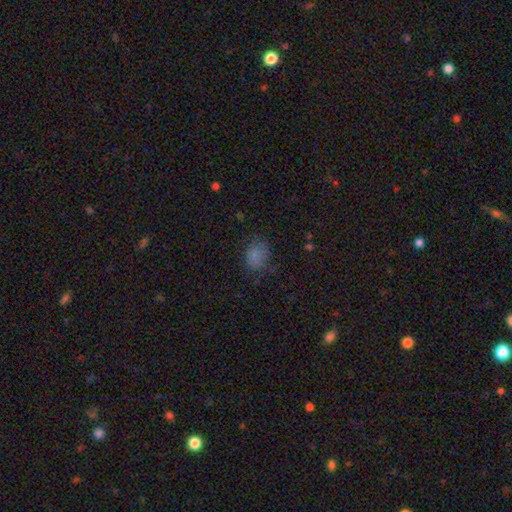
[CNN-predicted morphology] This appears to be a smooth galaxy with no disk features (76%) that is in between round and cigar-shaped (57%). Merging: none (65%).